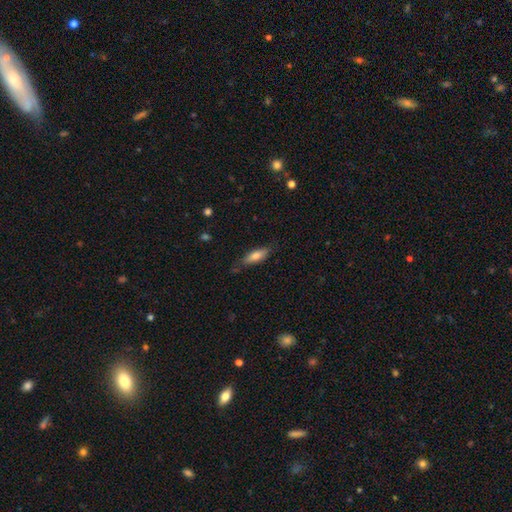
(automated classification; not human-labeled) smooth-or-featured: smooth: 73% | featured or disk: 20% | star or artifact: 7%
  how-rounded: in between: 52% | cigar-shaped: 46% | round: 2%
  merging: none: 74% | minor disturbance: 19% | major disturbance: 4% | merger: 3%